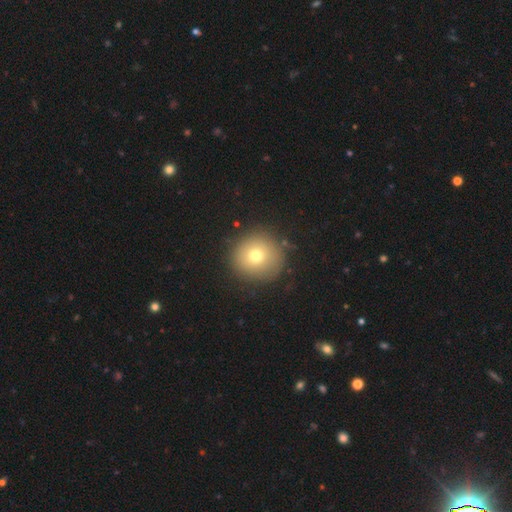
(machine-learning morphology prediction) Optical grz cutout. It shows a smooth galaxy with no disk features (71%) that is round (94%). Merging: none (88%).